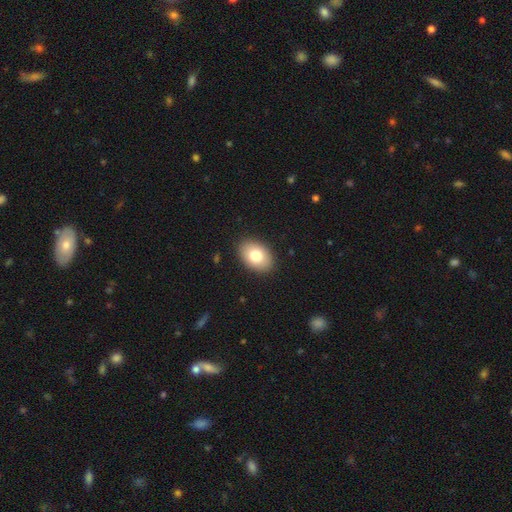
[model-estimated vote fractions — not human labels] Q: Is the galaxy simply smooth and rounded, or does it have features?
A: smooth — 78%.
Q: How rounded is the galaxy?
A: in between — 84%.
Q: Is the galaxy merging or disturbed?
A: none — 89%.